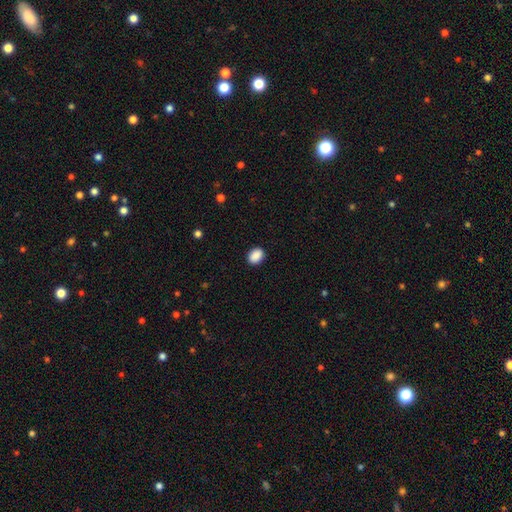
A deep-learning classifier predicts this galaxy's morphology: A smooth galaxy with no disk features (90%) that is in between round and cigar-shaped (69%). Merging: none (90%).